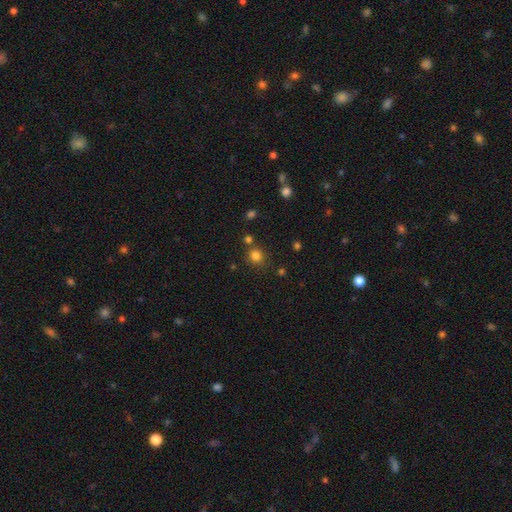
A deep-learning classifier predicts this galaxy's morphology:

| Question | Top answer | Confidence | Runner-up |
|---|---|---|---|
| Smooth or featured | smooth | 80% | star or artifact (15%) |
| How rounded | round | 86% | in between (13%) |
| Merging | none | 75% | merger (11%) |